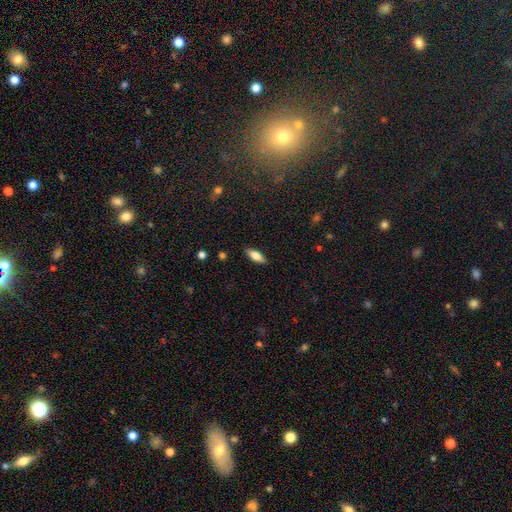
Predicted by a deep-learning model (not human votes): Smooth or featured: smooth — 74% (featured or disk — 19%)
How rounded: in between — 69% (cigar-shaped — 29%)
Merging: none — 87% (minor disturbance — 9%)